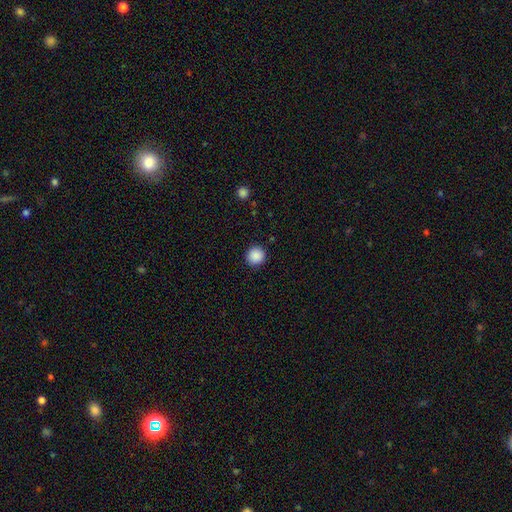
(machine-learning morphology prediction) smooth_or_featured: smooth (p=0.89) [alt: star or artifact p=0.09]
how_rounded: round (p=0.94) [alt: in between p=0.05]
merging: none (p=0.91) [alt: minor disturbance p=0.06]